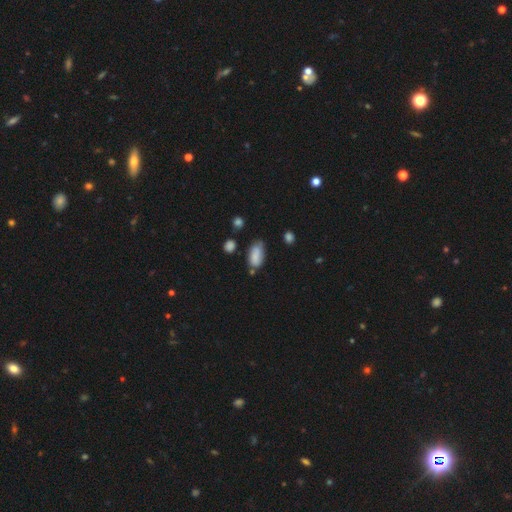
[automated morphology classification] This appears to be a smooth galaxy with no disk features (76%) that is in between round and cigar-shaped (91%). Merging: none (55%).